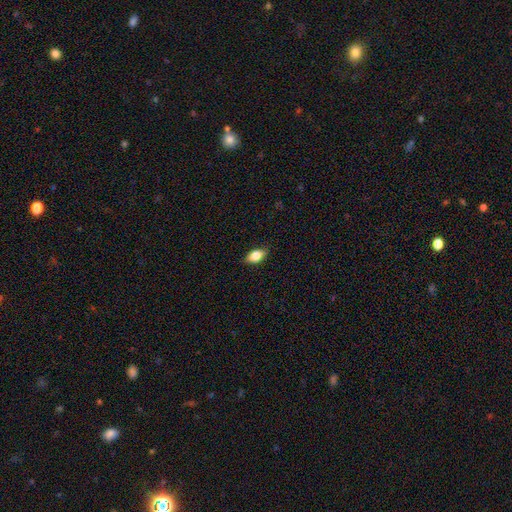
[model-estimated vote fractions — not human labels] Q: Smooth or featured?
A: smooth (73%); runner-up: featured or disk (19%)
Q: How rounded?
A: in between (85%); runner-up: round (8%)
Q: Merging?
A: none (83%); runner-up: minor disturbance (14%)